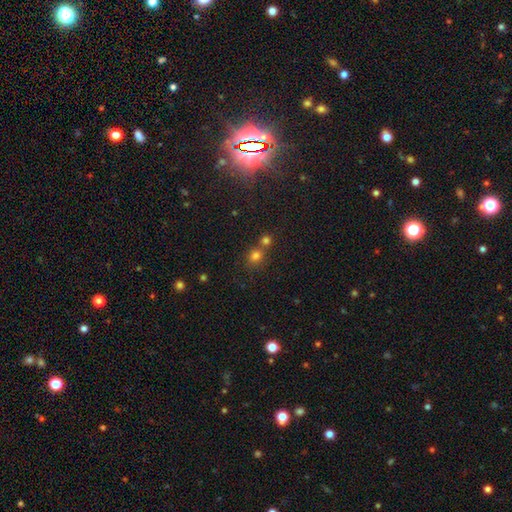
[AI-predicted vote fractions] This is likely a smooth galaxy (76%). How rounded: likely round (77%). Merging: possibly none (50%).